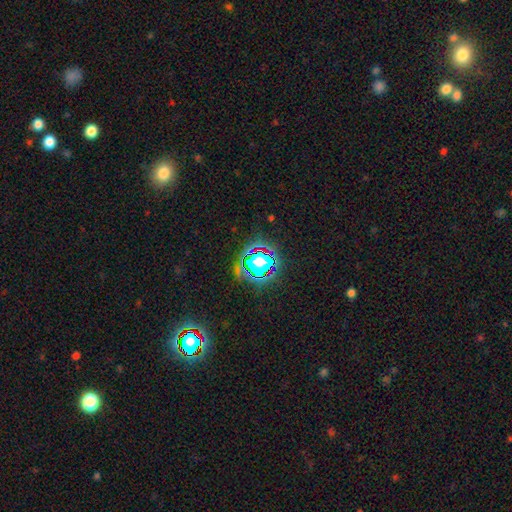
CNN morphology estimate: smooth-or-featured: star or artifact: 80% | smooth: 12% | featured or disk: 8%